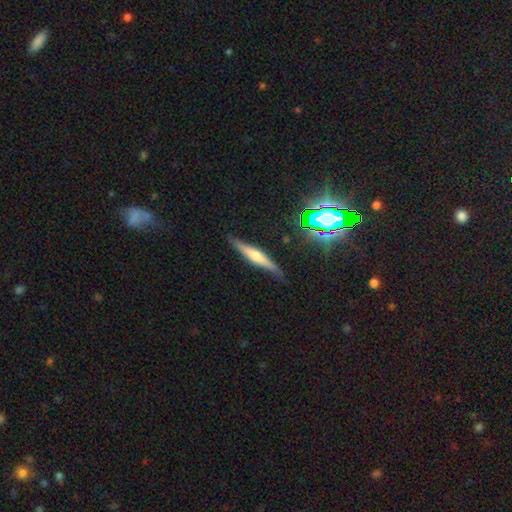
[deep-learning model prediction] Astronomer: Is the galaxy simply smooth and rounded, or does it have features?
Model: featured or disk — 53% (runner-up: smooth, 37%).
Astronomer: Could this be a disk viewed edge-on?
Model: yes — 94%.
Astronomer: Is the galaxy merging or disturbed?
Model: none — 83%.